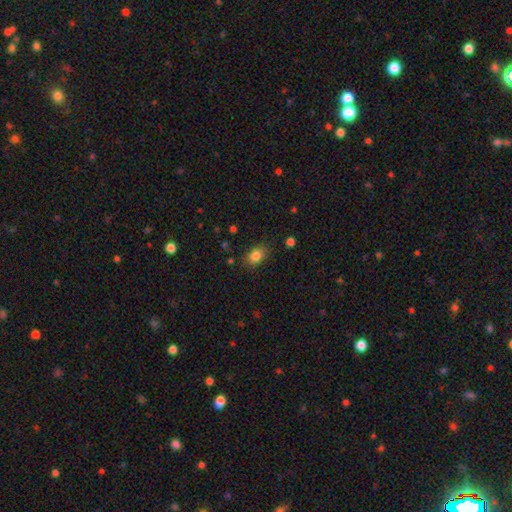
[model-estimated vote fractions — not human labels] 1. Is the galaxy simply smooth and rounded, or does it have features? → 83% smooth, 11% star or artifact, 7% featured or disk.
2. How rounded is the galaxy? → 73% in between, 25% round, 2% cigar-shaped.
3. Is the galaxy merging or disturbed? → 80% none, 15% minor disturbance, 4% major disturbance, 2% merger.